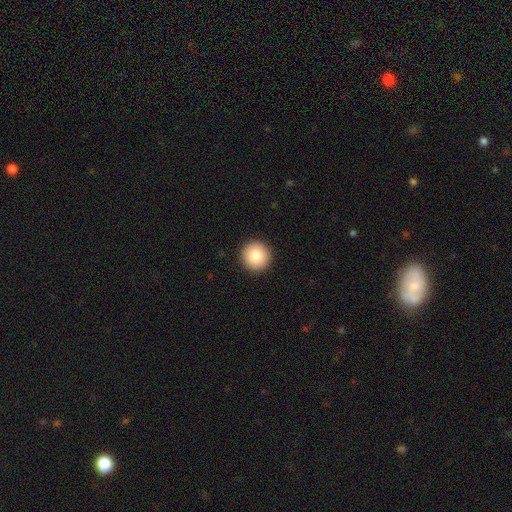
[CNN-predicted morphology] Smooth or featured? smooth (83%)
How rounded? round (96%)
Merging? none (93%)